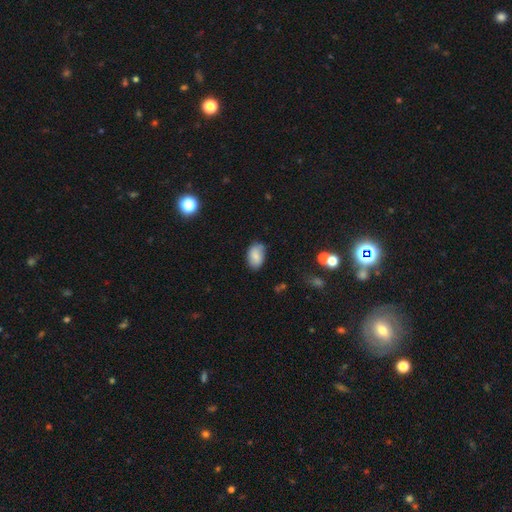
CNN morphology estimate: This appears to be a smooth galaxy with no disk features (83%) that is in between round and cigar-shaped (90%). Merging: none (76%).